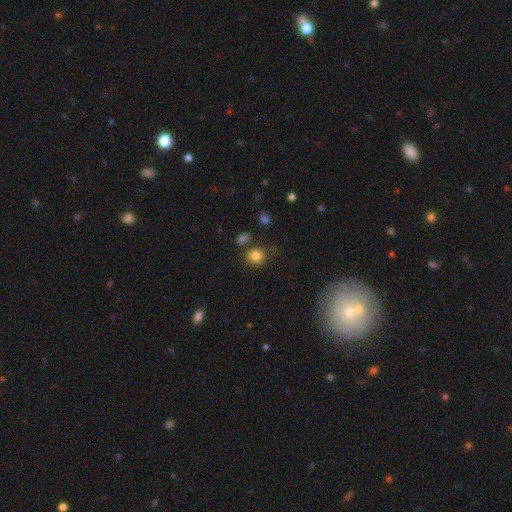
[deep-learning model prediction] Smooth or featured? smooth (82%)
How rounded? round (80%)
Merging? none (72%)